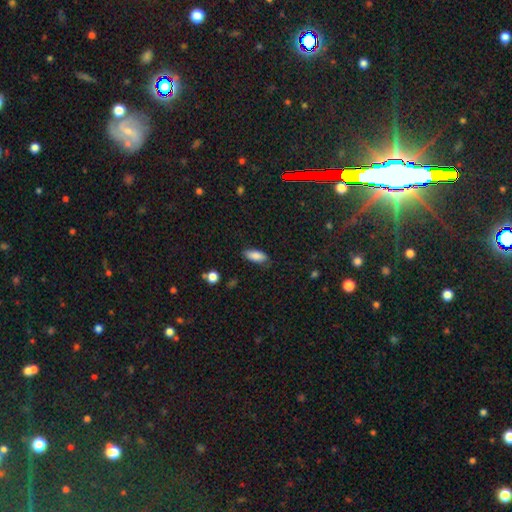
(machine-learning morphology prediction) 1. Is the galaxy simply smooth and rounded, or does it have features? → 86% smooth, 7% star or artifact, 6% featured or disk.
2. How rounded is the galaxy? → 83% in between, 15% cigar-shaped, 2% round.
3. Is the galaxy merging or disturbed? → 82% none, 14% minor disturbance, 3% major disturbance, 1% merger.